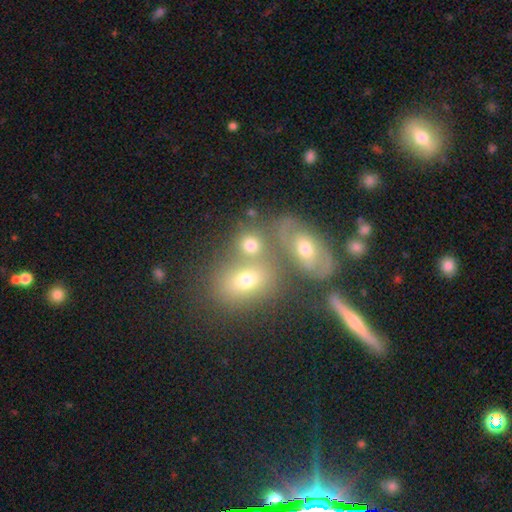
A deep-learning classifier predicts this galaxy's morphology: smooth-or-featured: smooth: 50% | featured or disk: 31% | star or artifact: 19%
  merging: none: 47% | merger: 37% | minor disturbance: 11% | major disturbance: 5%